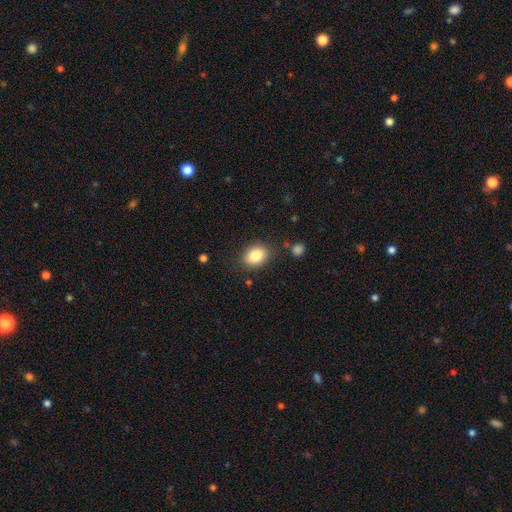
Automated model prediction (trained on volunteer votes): Morphology: type=smooth (84%); roundness=in between (65%); merging=none (83%).